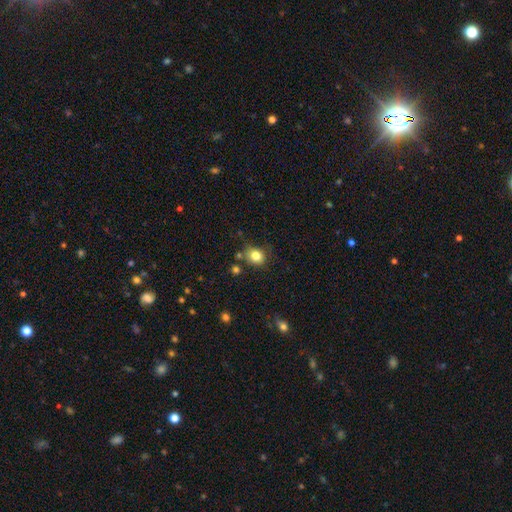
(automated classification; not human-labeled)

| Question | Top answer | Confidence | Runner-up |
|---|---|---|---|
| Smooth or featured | smooth | 82% | star or artifact (11%) |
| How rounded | round | 72% | in between (28%) |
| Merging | none | 75% | minor disturbance (14%) |